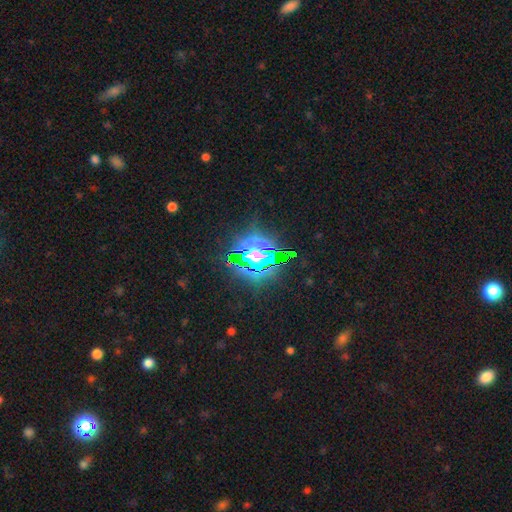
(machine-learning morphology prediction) Overall: star or artifact (70%).